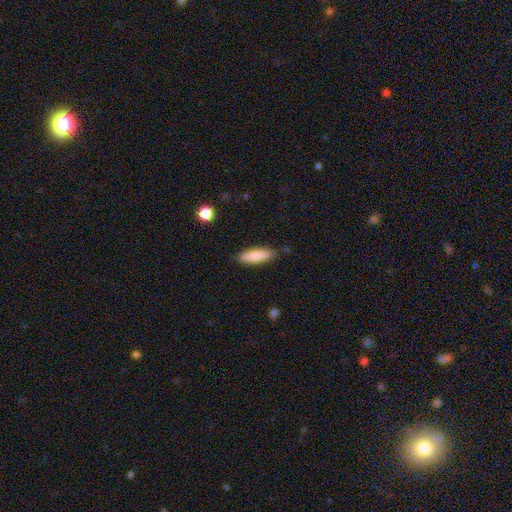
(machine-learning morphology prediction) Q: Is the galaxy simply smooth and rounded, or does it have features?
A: smooth — 85%.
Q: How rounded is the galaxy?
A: cigar-shaped — 50%.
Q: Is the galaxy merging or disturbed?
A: none — 85%.